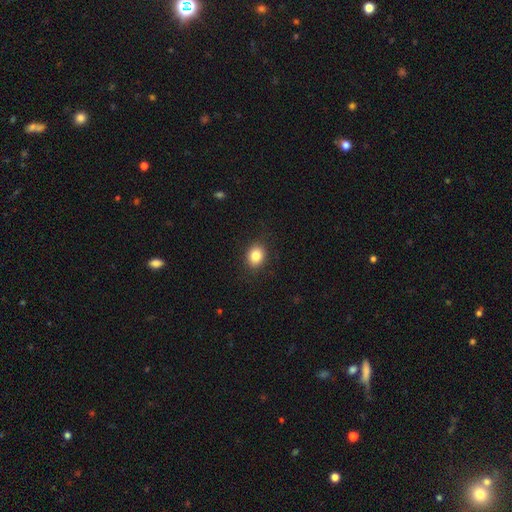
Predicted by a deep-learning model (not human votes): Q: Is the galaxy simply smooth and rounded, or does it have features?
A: smooth — 84%.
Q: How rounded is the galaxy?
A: round — 51%.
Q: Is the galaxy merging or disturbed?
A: none — 89%.